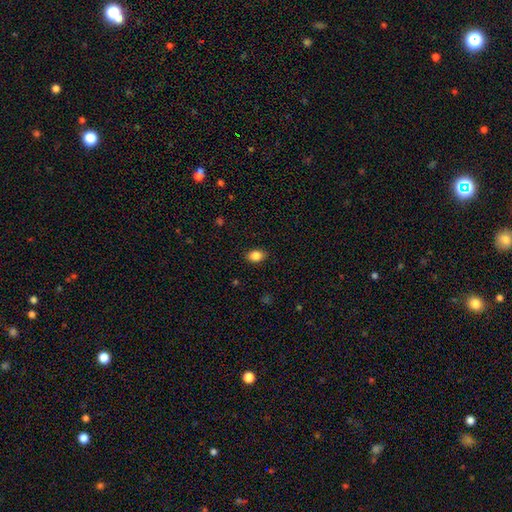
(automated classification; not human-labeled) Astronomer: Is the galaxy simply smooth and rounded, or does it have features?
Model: smooth — 86%.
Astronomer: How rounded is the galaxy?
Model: in between — 77%.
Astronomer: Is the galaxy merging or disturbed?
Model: none — 87%.